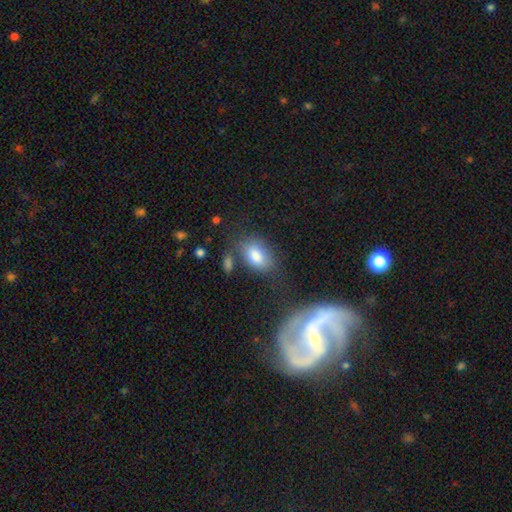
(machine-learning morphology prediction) This is clearly a smooth galaxy (82%). How rounded: clearly in between (88%). Merging: likely none (65%).